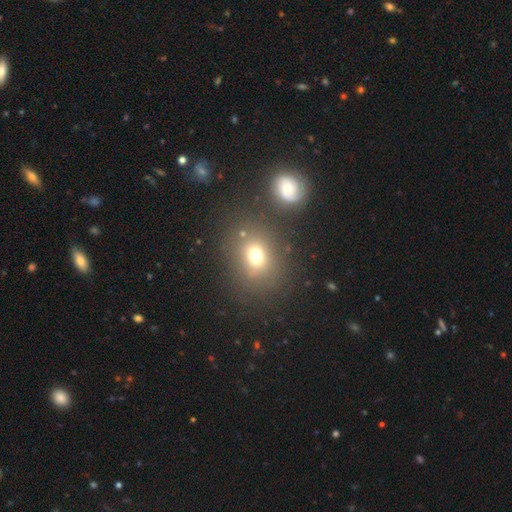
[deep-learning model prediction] smooth 71%, star or artifact 16%, featured or disk 12%. Down the decision tree: how rounded — round (61%); merging — none (73%).